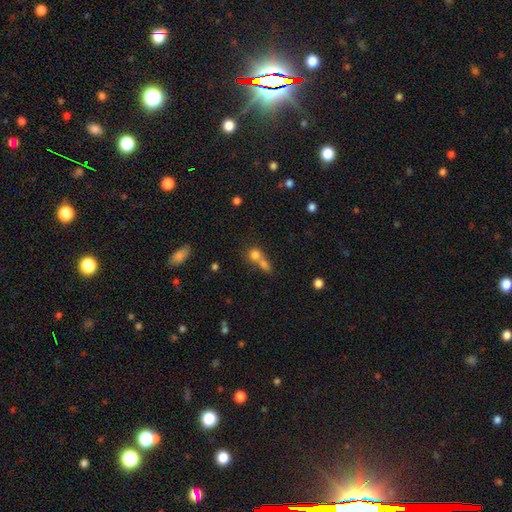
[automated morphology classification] Smooth or featured? smooth (70%)
How rounded? round (68%)
Merging? merger (55%)